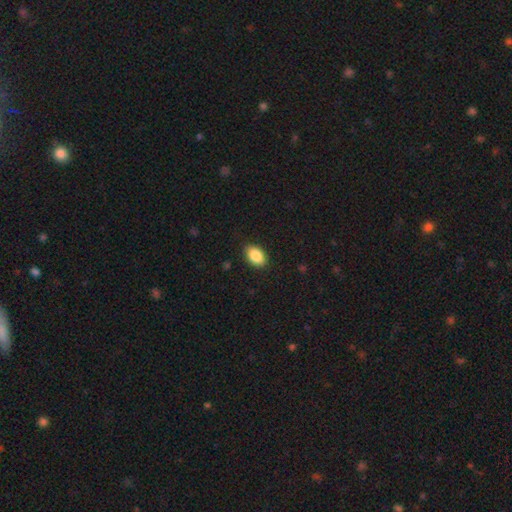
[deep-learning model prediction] Smooth or featured: smooth — 89% (star or artifact — 7%)
How rounded: in between — 89% (round — 10%)
Merging: none — 89% (minor disturbance — 8%)